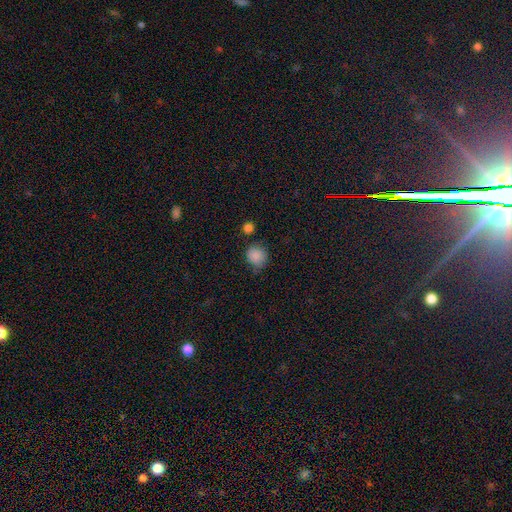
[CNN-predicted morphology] A smooth galaxy with no disk features (86%) that is round (84%). Merging: none (69%).